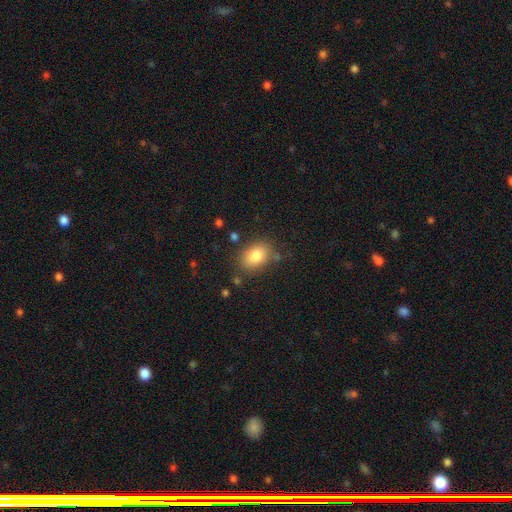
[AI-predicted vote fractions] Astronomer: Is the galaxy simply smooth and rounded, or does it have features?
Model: smooth — 82%.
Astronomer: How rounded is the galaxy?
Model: in between — 78%.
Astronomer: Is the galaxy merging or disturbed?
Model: none — 79%.